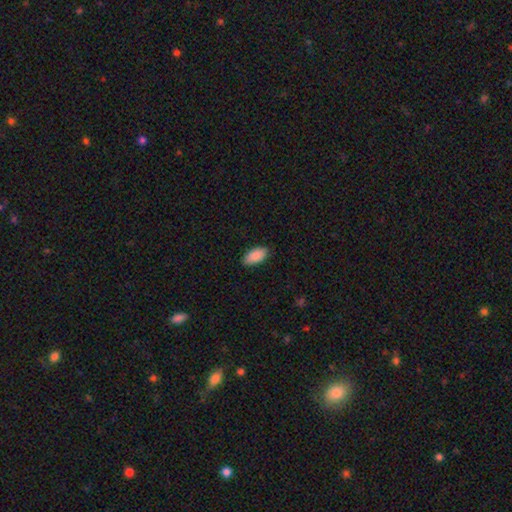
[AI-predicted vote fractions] Overall: smooth (89%). How rounded: in between (93%). Merging: none (87%).